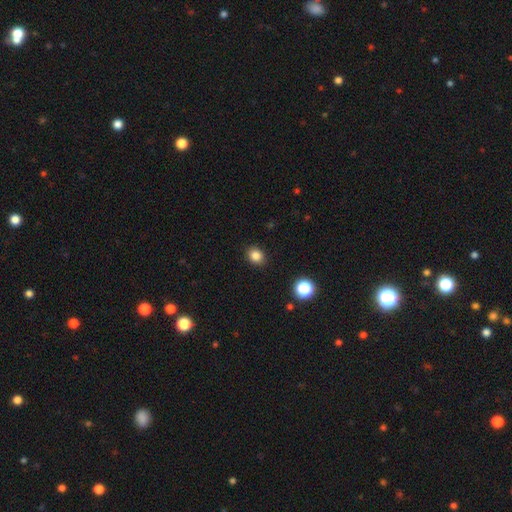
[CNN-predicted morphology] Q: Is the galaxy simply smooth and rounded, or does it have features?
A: smooth — 84%.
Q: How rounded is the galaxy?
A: round — 63%.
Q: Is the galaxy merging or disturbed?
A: none — 90%.